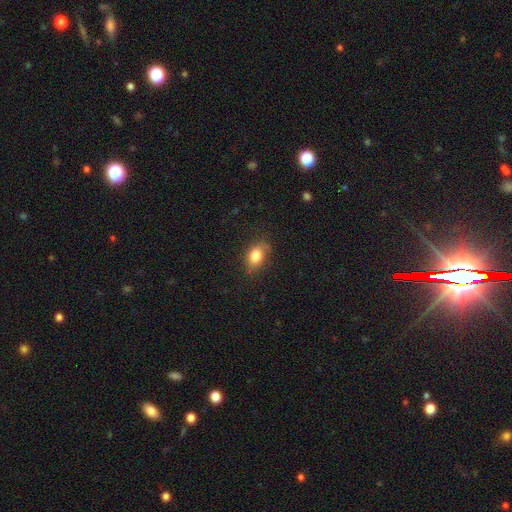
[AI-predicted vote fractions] Smooth or featured?
  - smooth: 81% *
  - featured or disk: 10%
  - star or artifact: 9%
How rounded?
  - in between: 81% *
  - round: 17%
  - cigar-shaped: 2%
Merging?
  - none: 71% *
  - minor disturbance: 22%
  - major disturbance: 6%
  - merger: 1%